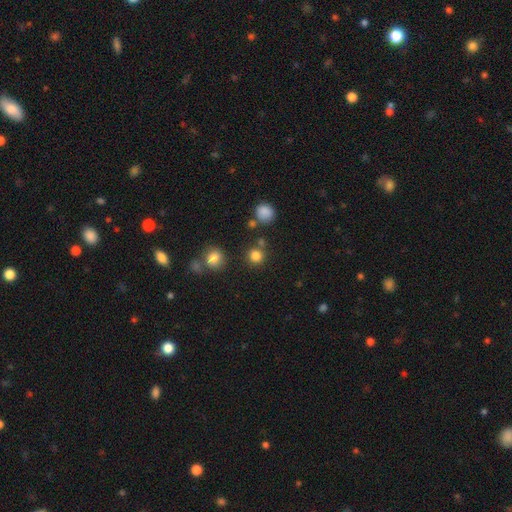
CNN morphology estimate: smooth_or_featured: smooth (p=0.80) [alt: star or artifact p=0.15]
how_rounded: round (p=0.92) [alt: in between p=0.07]
merging: none (p=0.81) [alt: merger p=0.08]